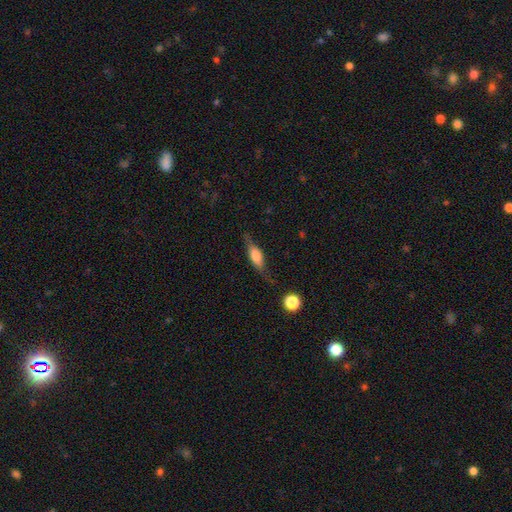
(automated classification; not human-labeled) smooth_or_featured: smooth (p=0.49) [alt: featured or disk p=0.43]
merging: none (p=0.68) [alt: minor disturbance p=0.21]